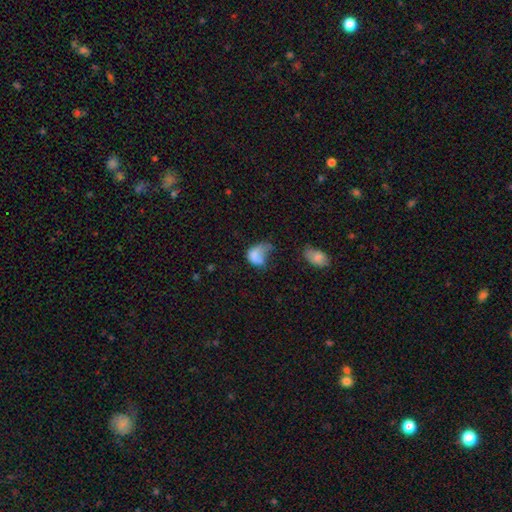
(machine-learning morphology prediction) Q: Smooth or featured?
A: smooth (69%); runner-up: featured or disk (21%)
Q: How rounded?
A: in between (74%); runner-up: round (25%)
Q: Merging?
A: major disturbance (48%); runner-up: minor disturbance (25%)